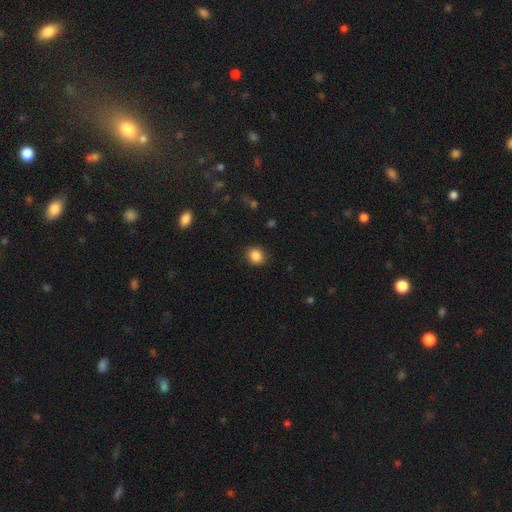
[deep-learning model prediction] smooth_or_featured: smooth (p=0.87) [alt: star or artifact p=0.10]
how_rounded: round (p=0.68) [alt: in between p=0.31]
merging: none (p=0.89) [alt: minor disturbance p=0.08]